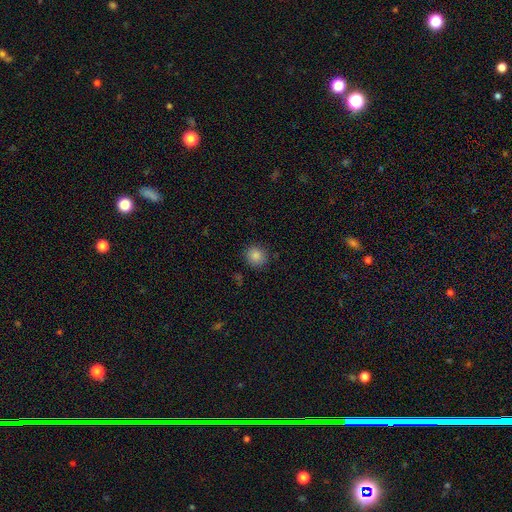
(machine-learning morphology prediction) smooth 85%, star or artifact 10%, featured or disk 5%. Down the decision tree: how rounded — round (86%); merging — none (88%).